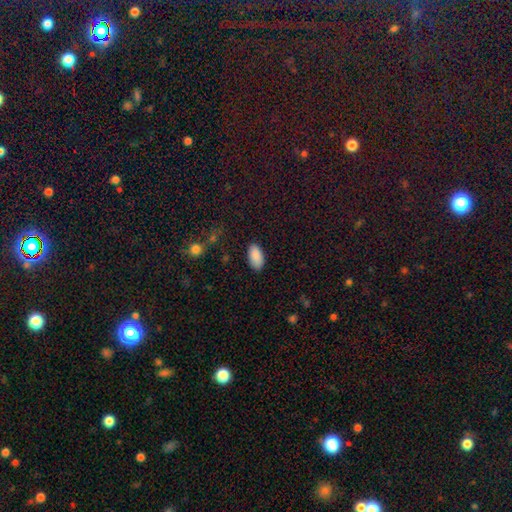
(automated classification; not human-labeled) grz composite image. It shows a smooth galaxy with no disk features (90%) that is in between round and cigar-shaped (94%). Merging: none (86%).